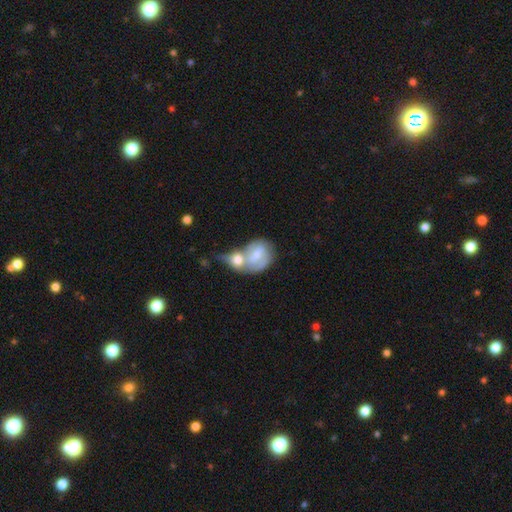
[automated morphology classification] Smooth or featured? Predicted: featured or disk (p=0.56). Edge-on disk? Predicted: no (p=0.96). Bar? Predicted: weak (p=0.45). Spiral arms? Predicted: yes (p=0.73). Bulge size? Predicted: moderate (p=0.42). Merging? Predicted: merger (p=0.67).